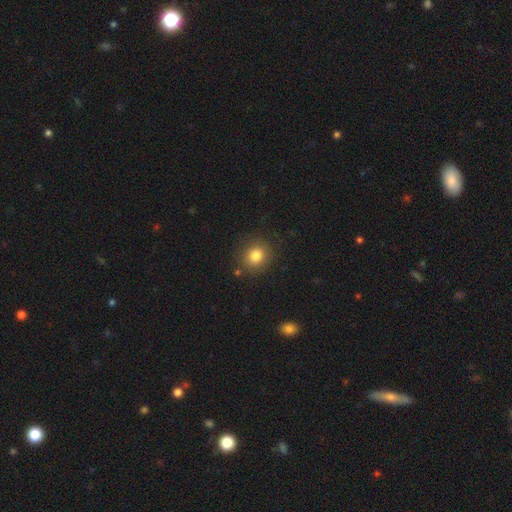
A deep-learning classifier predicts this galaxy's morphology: smooth-or-featured: smooth: 82% | star or artifact: 11% | featured or disk: 7%
  how-rounded: round: 79% | in between: 20% | cigar-shaped: 1%
  merging: none: 85% | minor disturbance: 9% | major disturbance: 3% | merger: 3%